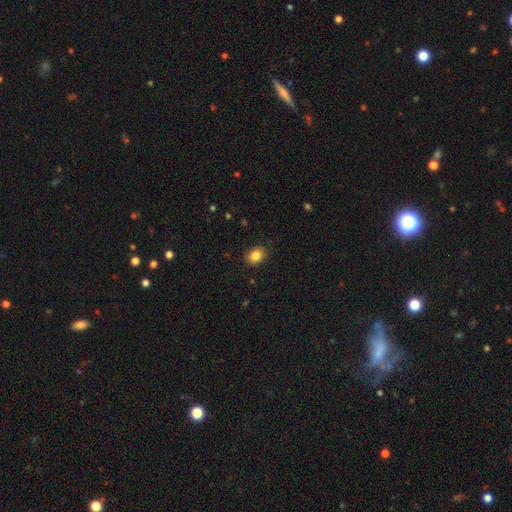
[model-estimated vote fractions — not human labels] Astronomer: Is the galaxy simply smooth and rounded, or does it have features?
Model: smooth — 85%.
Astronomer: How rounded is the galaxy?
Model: in between — 62%.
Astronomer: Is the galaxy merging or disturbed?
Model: none — 87%.